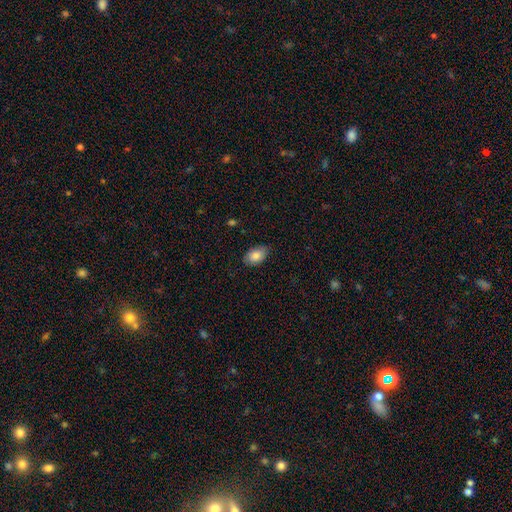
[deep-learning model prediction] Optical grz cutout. It shows a smooth galaxy with no disk features (84%) that is in between round and cigar-shaped (90%). Merging: none (81%).